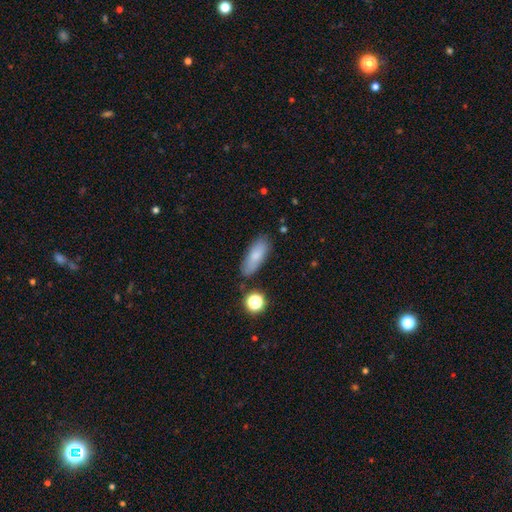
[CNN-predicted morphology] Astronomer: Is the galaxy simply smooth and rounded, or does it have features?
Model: smooth — 79%.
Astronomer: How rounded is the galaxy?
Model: in between — 70%.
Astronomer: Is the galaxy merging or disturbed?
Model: none — 78%.